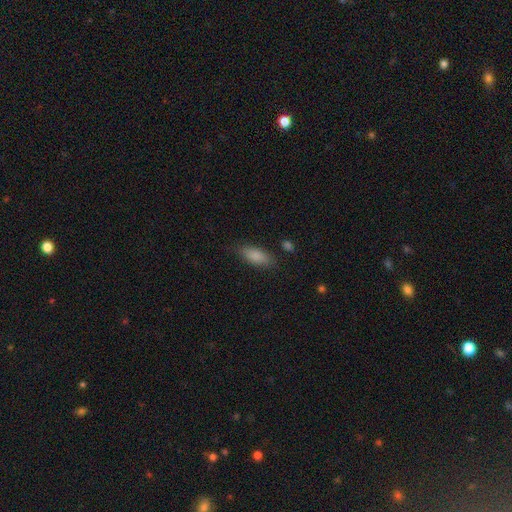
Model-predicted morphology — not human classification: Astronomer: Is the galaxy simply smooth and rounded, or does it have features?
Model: smooth — 86%.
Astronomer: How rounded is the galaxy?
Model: in between — 79%.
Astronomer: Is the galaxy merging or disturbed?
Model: none — 79%.